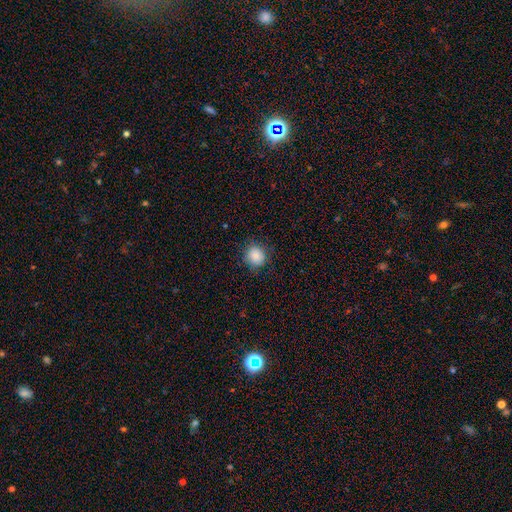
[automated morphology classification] This appears to be a smooth galaxy with no disk features (86%) that is round (86%). Merging: none (83%).